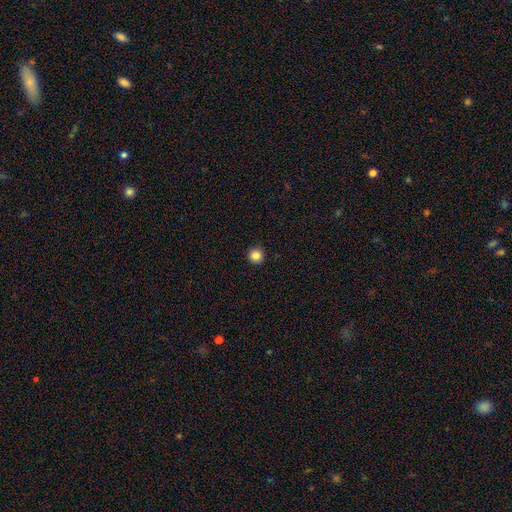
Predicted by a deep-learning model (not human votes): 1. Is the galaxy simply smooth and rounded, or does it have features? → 85% smooth, 11% star or artifact, 4% featured or disk.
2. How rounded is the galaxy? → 95% round, 4% in between, 1% cigar-shaped.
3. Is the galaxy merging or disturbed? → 92% none, 6% minor disturbance, 2% major disturbance, 1% merger.